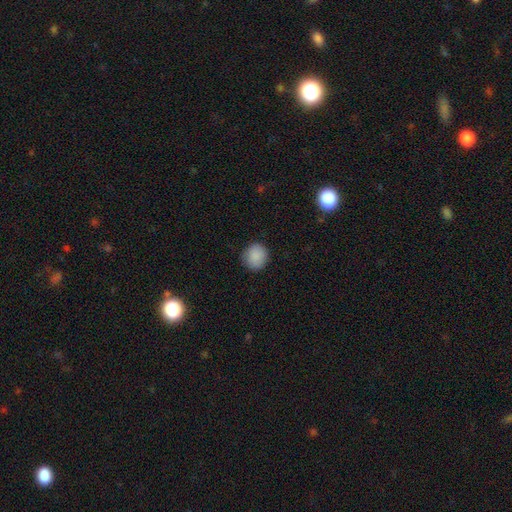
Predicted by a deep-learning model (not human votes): Overall: smooth (88%). How rounded: round (89%). Merging: none (86%).